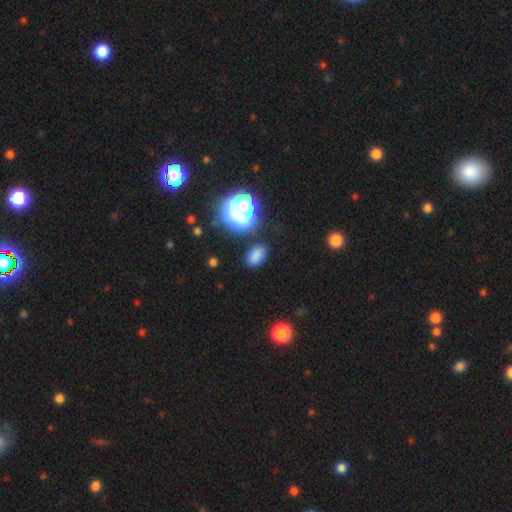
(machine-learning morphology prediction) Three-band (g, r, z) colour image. It shows a smooth galaxy with no disk features (76%) that is in between round and cigar-shaped (83%). Merging: none (72%).